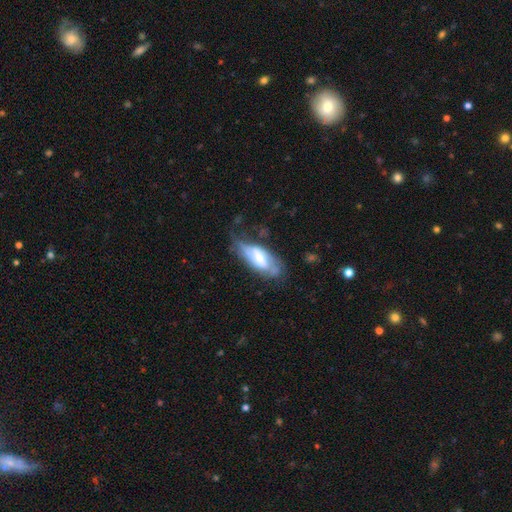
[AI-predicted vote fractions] This appears to be a featured or disk galaxy (55%). Merging: none (43%).